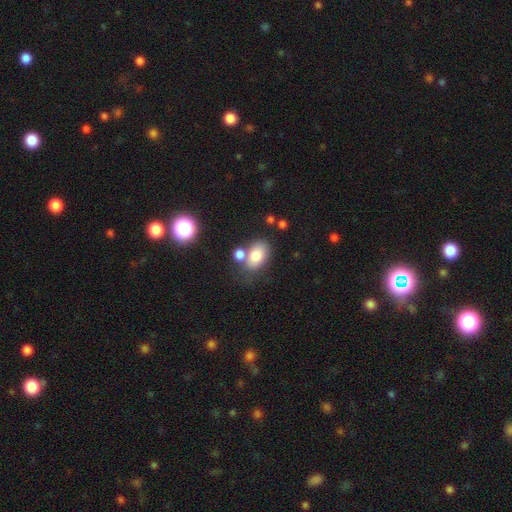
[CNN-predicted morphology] Q: Smooth or featured?
A: smooth (78%); runner-up: featured or disk (12%)
Q: How rounded?
A: in between (84%); runner-up: round (15%)
Q: Merging?
A: none (55%); runner-up: merger (24%)